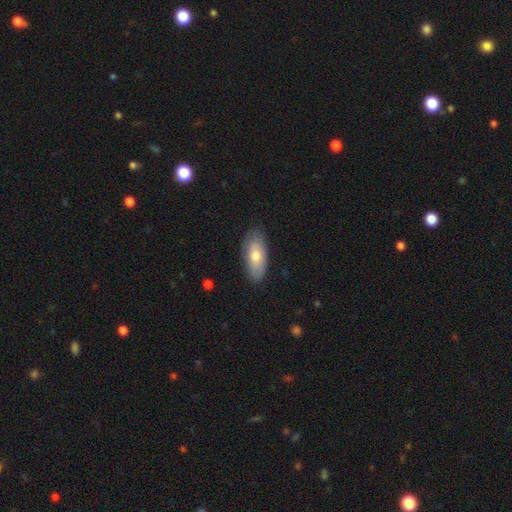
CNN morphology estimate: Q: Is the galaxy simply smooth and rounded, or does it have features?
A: smooth — 69%.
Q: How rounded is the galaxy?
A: in between — 82%.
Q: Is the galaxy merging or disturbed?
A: none — 86%.